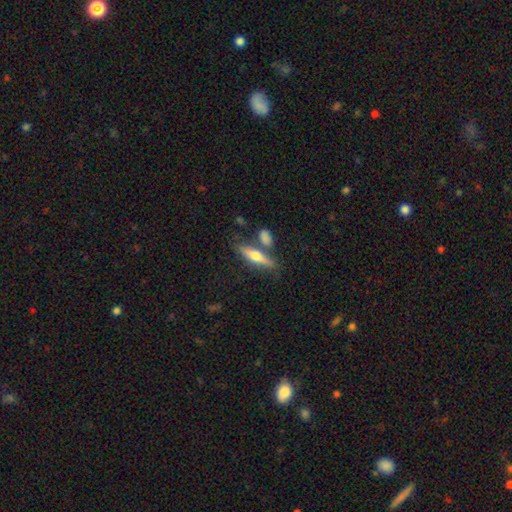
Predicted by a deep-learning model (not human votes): featured or disk 48%, smooth 45%, star or artifact 6%. Down the decision tree: merging — none (68%).